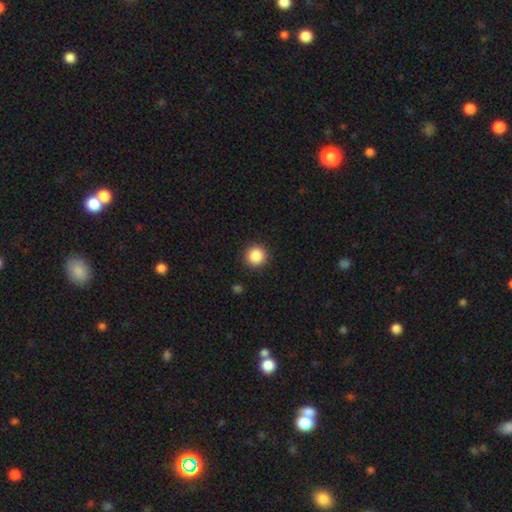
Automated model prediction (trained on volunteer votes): A smooth galaxy with no disk features (87%) that is round (95%).

Vote fractions:
- Smooth or featured? smooth: 87% / star or artifact: 10% / featured or disk: 4%
- How rounded? round: 95% / in between: 4% / cigar-shaped: 1%
- Merging? none: 92% / minor disturbance: 5% / major disturbance: 2% / merger: 1%